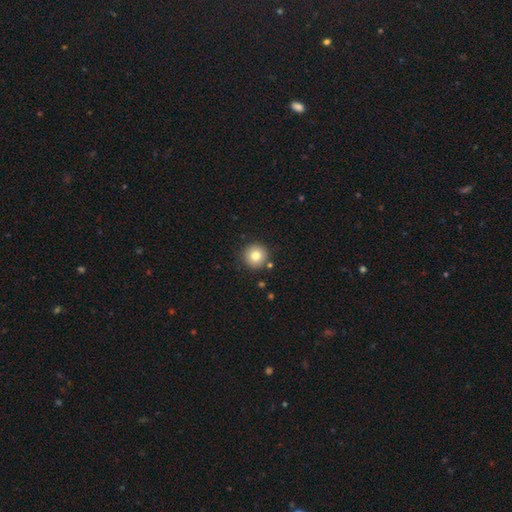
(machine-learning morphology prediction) The model was most divided on "smooth or featured": smooth: 80%, star or artifact: 11%, featured or disk: 9%. More confident: how rounded — round (96%); merging — none (88%).